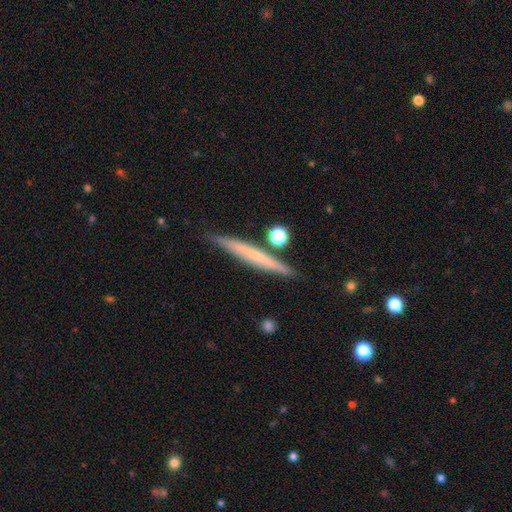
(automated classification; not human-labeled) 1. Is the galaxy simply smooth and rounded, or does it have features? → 49% smooth, 44% featured or disk, 7% star or artifact.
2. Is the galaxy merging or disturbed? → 84% none, 10% minor disturbance, 4% merger, 2% major disturbance.